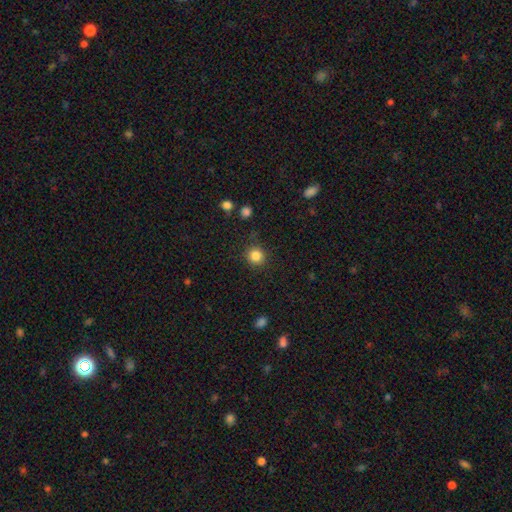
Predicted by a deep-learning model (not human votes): smooth 85%, star or artifact 11%, featured or disk 4%. Down the decision tree: how rounded — round (93%); merging — none (87%).